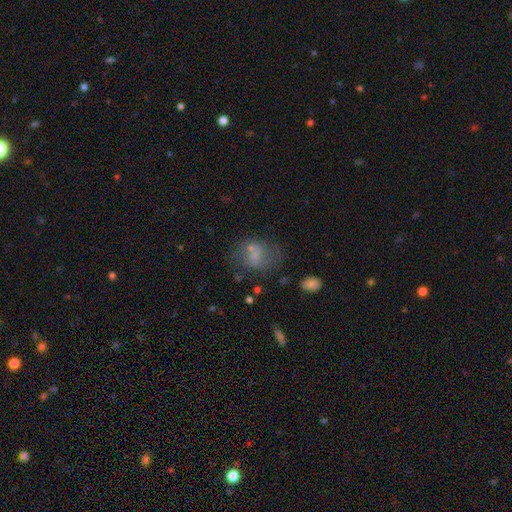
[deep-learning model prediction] A smooth galaxy with no disk features (56%) that is in between round and cigar-shaped (58%).

Vote fractions:
- Smooth or featured? smooth: 56% / featured or disk: 29% / star or artifact: 15%
- How rounded? in between: 58% / round: 40% / cigar-shaped: 2%
- Merging? none: 49% / minor disturbance: 21% / major disturbance: 18% / merger: 12%